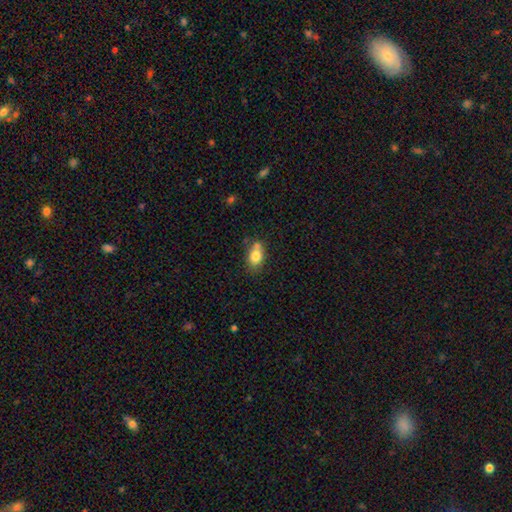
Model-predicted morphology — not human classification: A smooth galaxy with no disk features (79%) that is in between round and cigar-shaped (77%).

Vote fractions:
- Smooth or featured? smooth: 79% / featured or disk: 12% / star or artifact: 9%
- How rounded? in between: 77% / round: 21% / cigar-shaped: 2%
- Merging? none: 54% / merger: 22% / minor disturbance: 19% / major disturbance: 5%